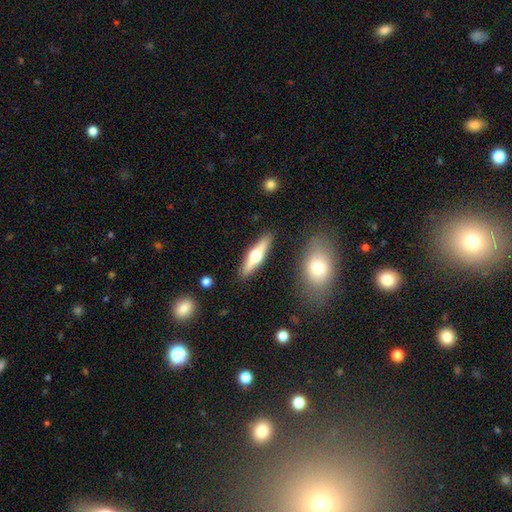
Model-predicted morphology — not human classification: smooth-or-featured: featured or disk: 58% | smooth: 36% | star or artifact: 5%
  disk-edge-on: yes: 94% | no: 6%
    edge-on-bulge: rounded: 95% | boxy: 3% | none: 2%
  merging: none: 88% | minor disturbance: 8% | merger: 3% | major disturbance: 2%